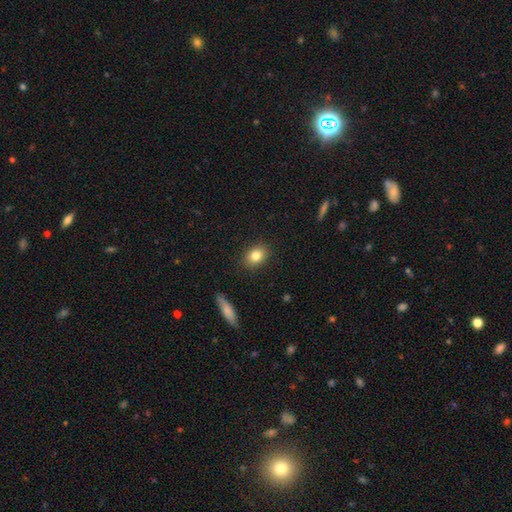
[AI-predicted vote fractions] Morphology: type=smooth (82%); roundness=in between (68%); merging=none (88%).